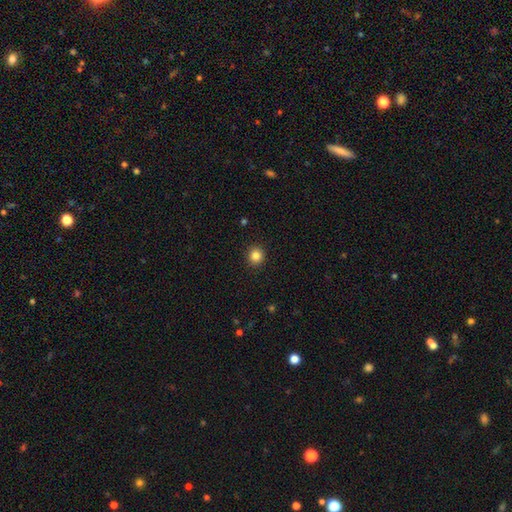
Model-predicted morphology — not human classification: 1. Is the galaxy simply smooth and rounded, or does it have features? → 84% smooth, 11% star or artifact, 5% featured or disk.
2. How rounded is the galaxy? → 92% round, 7% in between, 1% cigar-shaped.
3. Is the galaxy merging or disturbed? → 92% none, 5% minor disturbance, 2% major disturbance, 1% merger.